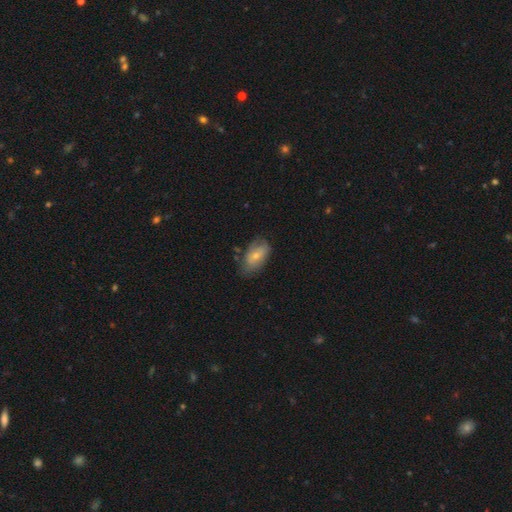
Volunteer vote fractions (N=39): smooth 64%, featured or disk 28%, star or artifact 8%. Down the decision tree: how rounded — in between (92%); merging — none (53%).